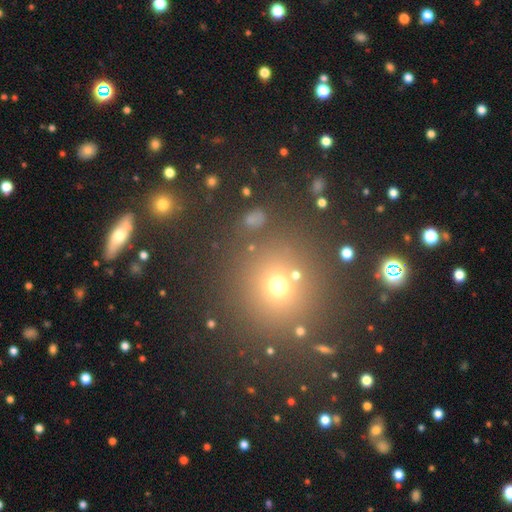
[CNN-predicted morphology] The model was most divided on "smooth or featured": smooth: 53%, star or artifact: 37%, featured or disk: 10%. More confident: how rounded — round (91%); merging — none (82%).